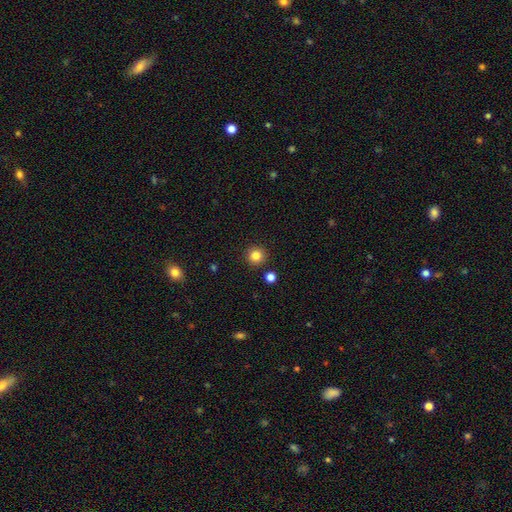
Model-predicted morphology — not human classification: smooth_or_featured: smooth (p=0.83) [alt: star or artifact p=0.12]
how_rounded: round (p=0.95) [alt: in between p=0.04]
merging: none (p=0.91) [alt: minor disturbance p=0.05]